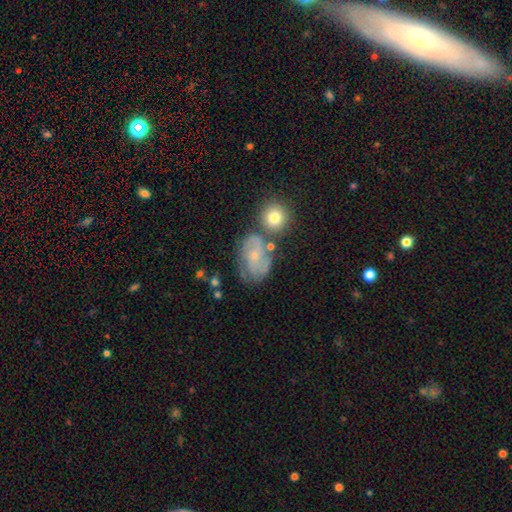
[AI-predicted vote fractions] A featured or disk galaxy (69%) with no bar (67%), 2 (39%) tight (43%) spiral arms (86%) and a small central bulge (72%).

Vote fractions:
- Smooth or featured? featured or disk: 69% / smooth: 22% / star or artifact: 9%
- Edge-on disk? no: 97% / yes: 3%
- Bar? no: 67% / weak: 28% / strong: 5%
- Spiral arms? yes: 86% / no: 14%
- Spiral winding? tight: 43% / medium: 42% / loose: 15%
- Spiral arm count? 2: 39% / can't tell: 32% / 3: 17% / 1: 5% / 4: 4% / more than 4: 4%
- Bulge size? small: 72% / moderate: 23% / none: 3% / large: 1% / dominant: 1%
- Merging? none: 52% / minor disturbance: 23% / major disturbance: 12% / merger: 12%